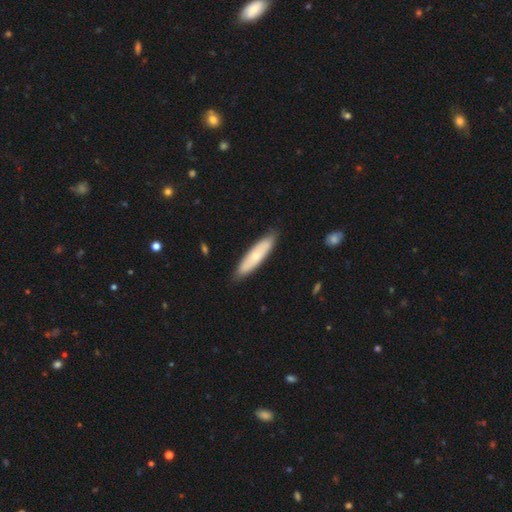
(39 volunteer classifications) Smooth or featured? featured or disk (59%)
Edge-on disk? no (52%)
Bar? no (92%)
Spiral arms? no (83%)
Bulge size? small (75%)
Merging? none (87%)